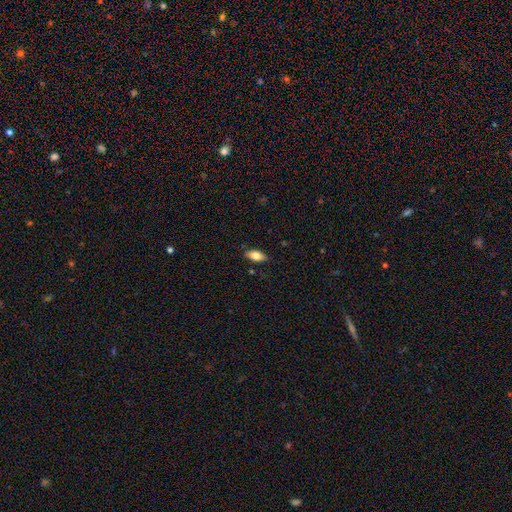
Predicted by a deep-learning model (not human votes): This is likely a smooth galaxy (77%). How rounded: clearly in between (87%). Merging: clearly none (84%).